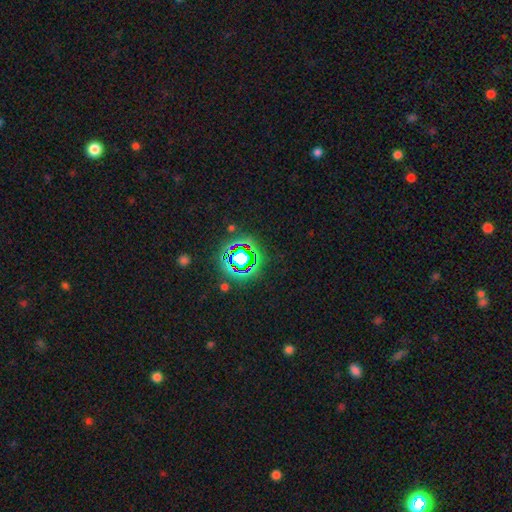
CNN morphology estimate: This appears to be a star or artifact, not a galaxy (76%).